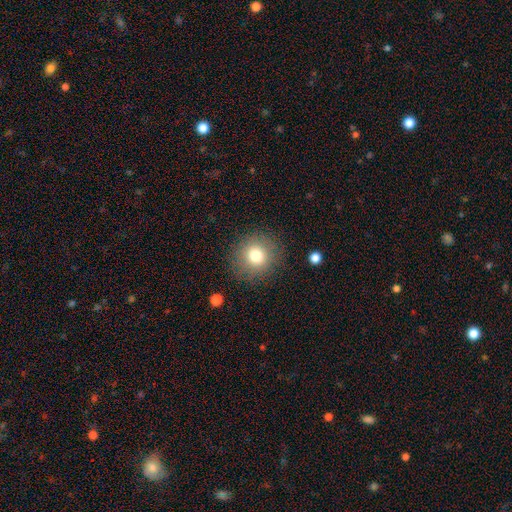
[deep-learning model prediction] Q: Smooth or featured?
A: smooth (77%); runner-up: star or artifact (12%)
Q: How rounded?
A: round (91%); runner-up: in between (8%)
Q: Merging?
A: none (87%); runner-up: minor disturbance (8%)